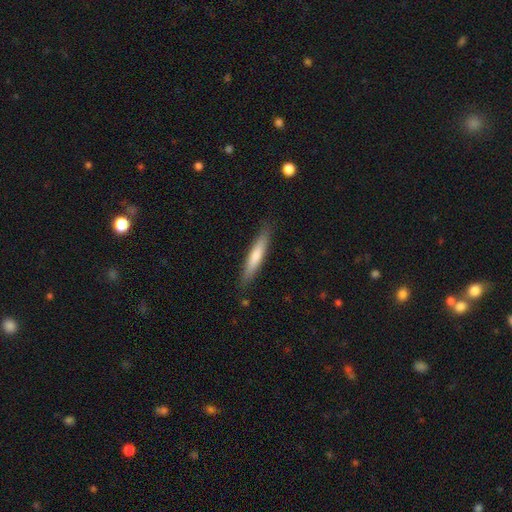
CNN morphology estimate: smooth_or_featured: smooth (p=0.60) [alt: featured or disk p=0.34]
how_rounded: cigar-shaped (p=0.92) [alt: in between p=0.07]
merging: none (p=0.88) [alt: minor disturbance p=0.09]